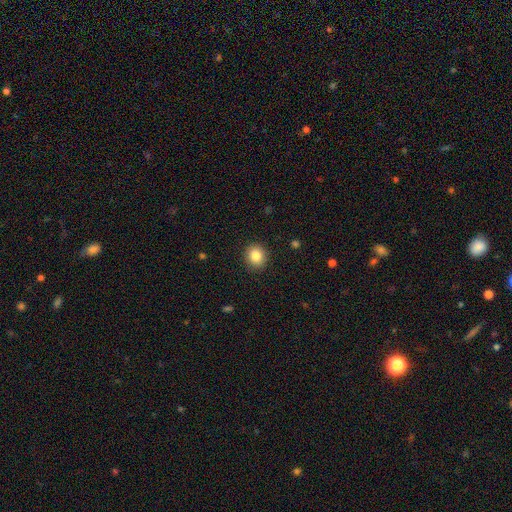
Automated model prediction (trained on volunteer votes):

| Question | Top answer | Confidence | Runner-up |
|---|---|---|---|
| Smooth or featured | smooth | 85% | star or artifact (9%) |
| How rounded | round | 77% | in between (22%) |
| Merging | none | 90% | minor disturbance (7%) |